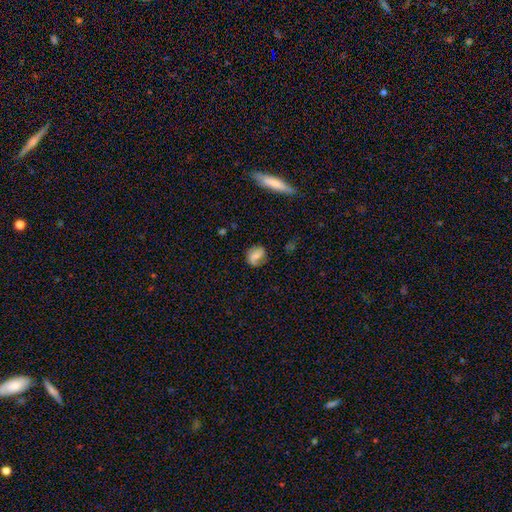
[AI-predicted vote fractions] A smooth galaxy with no disk features (49%). Merging: none (62%).